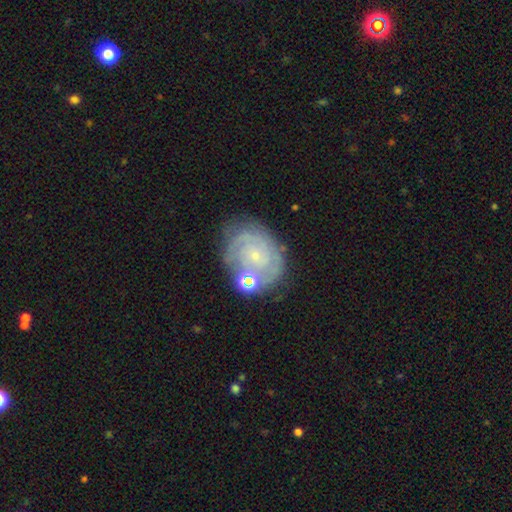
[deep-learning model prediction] Overall: featured or disk (78%). Edge-on disk: no (98%). Bar: no (78%). Spiral arms: yes (91%). Spiral arm count: can't tell (37%; 2 24%). Spiral winding: tight (73%). Bulge size: small (83%). Merging: none (65%).